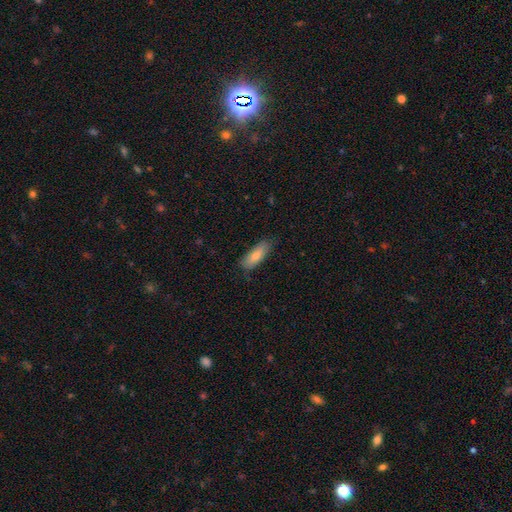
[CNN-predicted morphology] Overall: smooth (79%). How rounded: in between (66%; cigar-shaped 32%). Merging: none (79%).